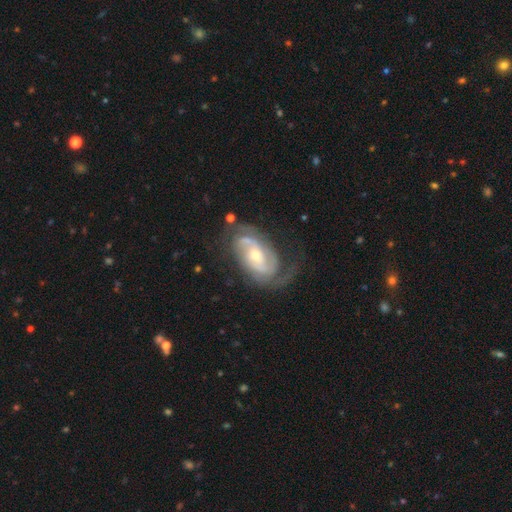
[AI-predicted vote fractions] Smooth or featured? Predicted: featured or disk (p=0.86). Edge-on disk? Predicted: no (p=0.96). Bar? Predicted: no (p=0.47). Spiral arms? Predicted: yes (p=0.95). Spiral winding? Predicted: tight (p=0.45). Spiral arm count? Predicted: 2 (p=0.62). Bulge size? Predicted: moderate (p=0.49). Merging? Predicted: none (p=0.61).